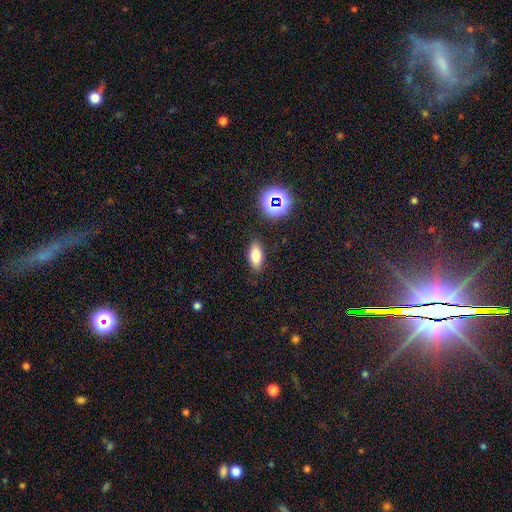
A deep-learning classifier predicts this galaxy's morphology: Q: Smooth or featured?
A: smooth (76%); runner-up: star or artifact (13%)
Q: How rounded?
A: in between (83%); runner-up: cigar-shaped (12%)
Q: Merging?
A: none (85%); runner-up: minor disturbance (10%)